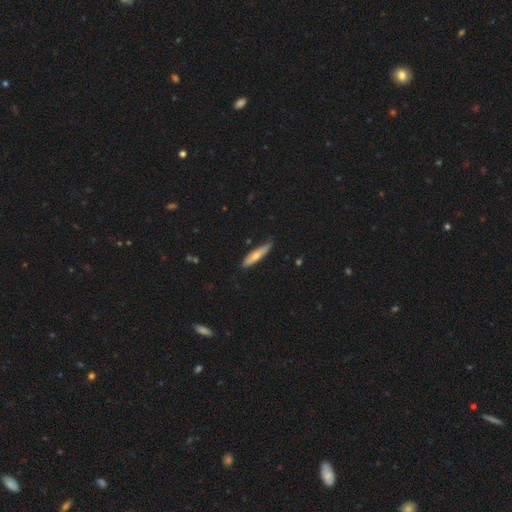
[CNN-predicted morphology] This appears to be a smooth galaxy with no disk features (60%) that is cigar-shaped (83%). Merging: none (78%).